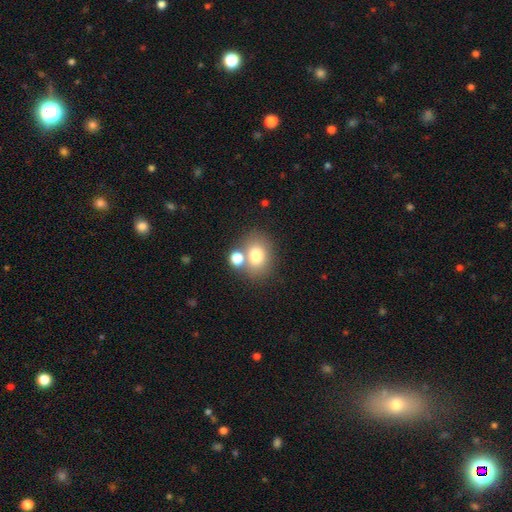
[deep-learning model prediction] smooth-or-featured: smooth: 75% | featured or disk: 13% | star or artifact: 12%
  how-rounded: in between: 50% | round: 49% | cigar-shaped: 1%
  merging: none: 59% | merger: 26% | minor disturbance: 11% | major disturbance: 4%